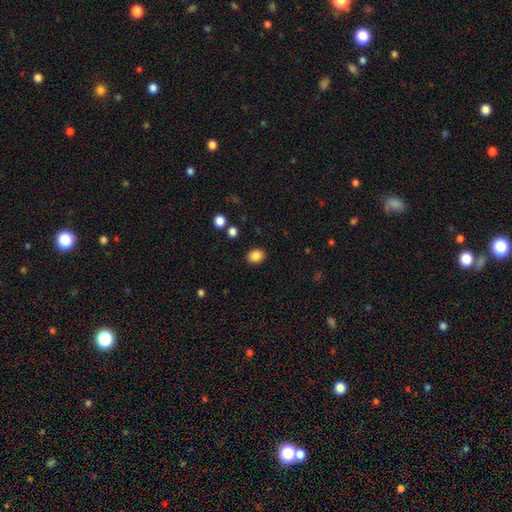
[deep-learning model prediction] Morphology: type=smooth (86%); roundness=in between (52%); merging=none (88%).